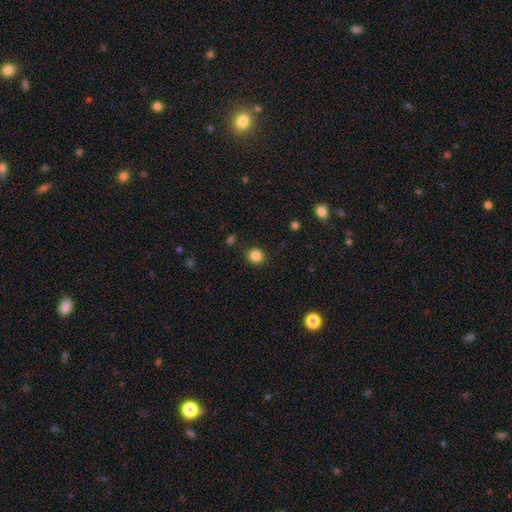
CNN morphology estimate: Overall: smooth (85%). How rounded: round (81%). Merging: none (90%).